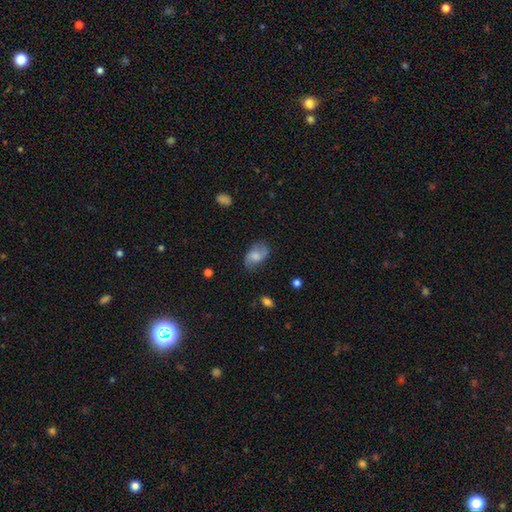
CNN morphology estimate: This appears to be a smooth galaxy with no disk features (56%) that is in between round and cigar-shaped (87%). Merging: none (67%).